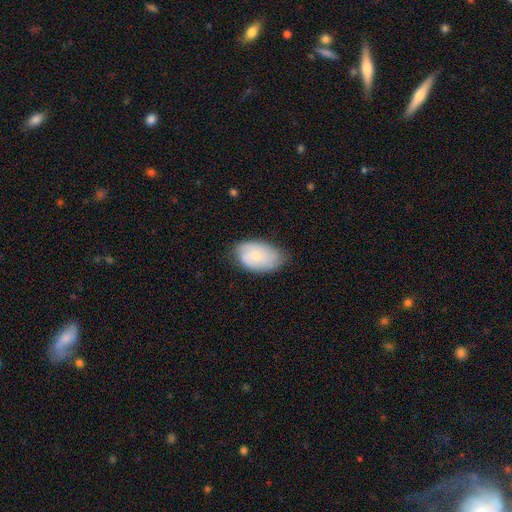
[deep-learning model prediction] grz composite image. It shows a smooth galaxy with no disk features (57%) that is in between round and cigar-shaped (89%). Merging: none (65%).